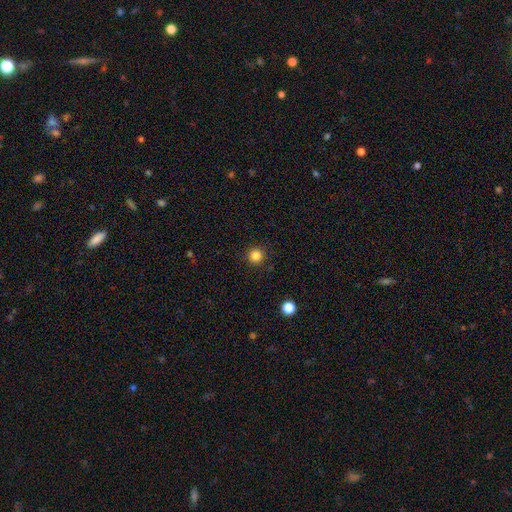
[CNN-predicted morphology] type=smooth (84%); roundness=round (96%); merging=none (92%).